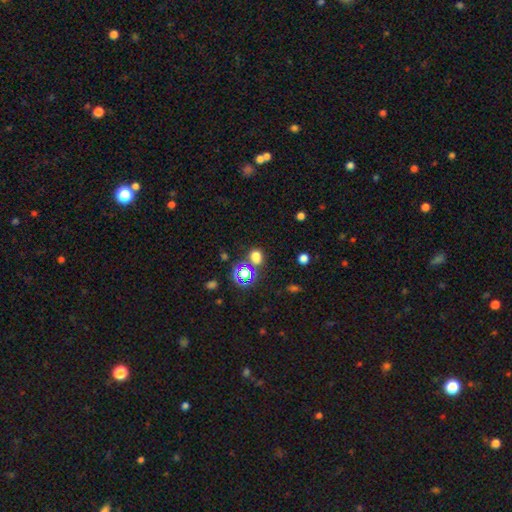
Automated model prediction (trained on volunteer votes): Smooth or featured: smooth — 62% (star or artifact — 32%)
How rounded: round — 70% (in between — 29%)
Merging: none — 70% (merger — 13%)